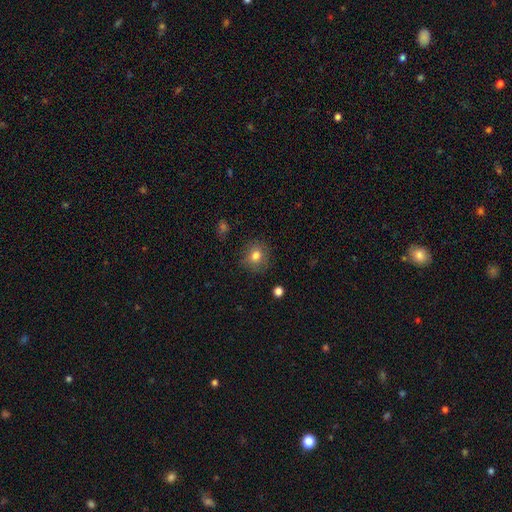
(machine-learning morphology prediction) A smooth galaxy with no disk features (79%) that is round (83%).

Vote fractions:
- Smooth or featured? smooth: 79% / star or artifact: 11% / featured or disk: 10%
- How rounded? round: 83% / in between: 16% / cigar-shaped: 1%
- Merging? none: 82% / minor disturbance: 13% / major disturbance: 4% / merger: 1%